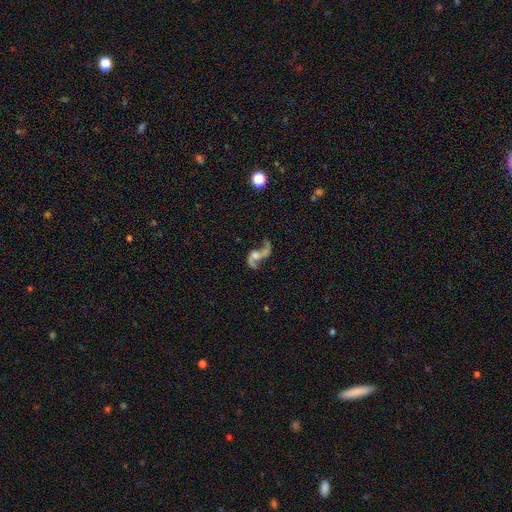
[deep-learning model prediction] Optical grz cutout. It shows a featured or disk galaxy (85%) with no bar (57%), 2 (91%) loose (86%) spiral arms (94%) and a moderate central bulge (42%). Merging: none (59%).